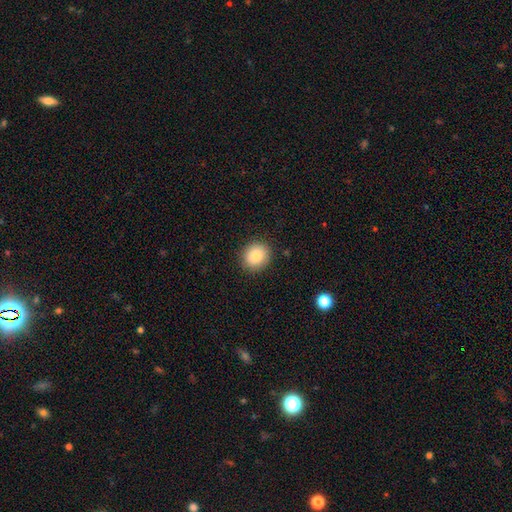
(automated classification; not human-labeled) This is clearly a smooth galaxy (84%). How rounded: likely round (79%). Merging: clearly none (89%).